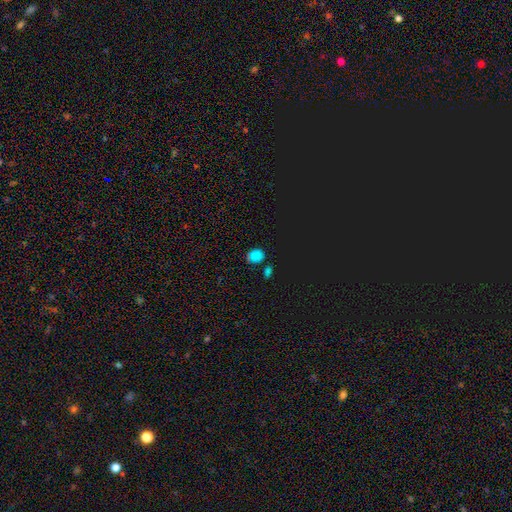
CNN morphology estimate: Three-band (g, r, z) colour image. It shows a smooth galaxy with no disk features (59%) that is round (65%). Merging: none (71%).